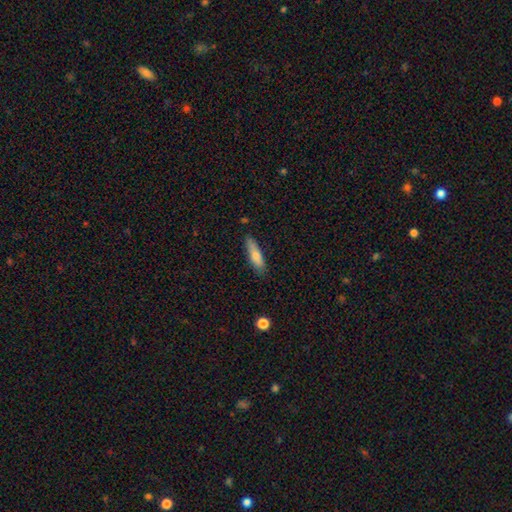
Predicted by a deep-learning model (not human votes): Morphology: type=smooth (77%); roundness=cigar-shaped (67%); merging=none (79%).